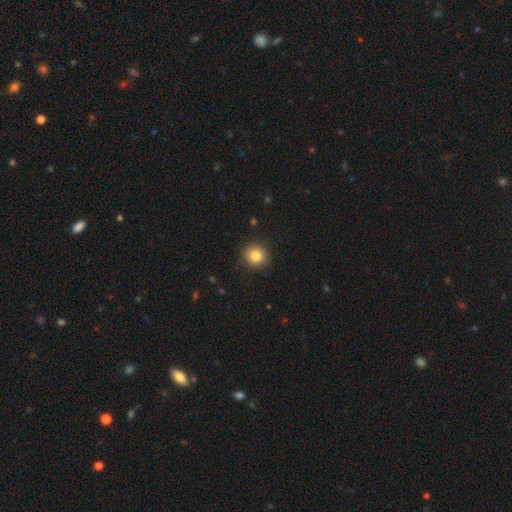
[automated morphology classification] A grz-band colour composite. It shows a smooth galaxy with no disk features (84%) that is round (91%). Merging: none (91%).